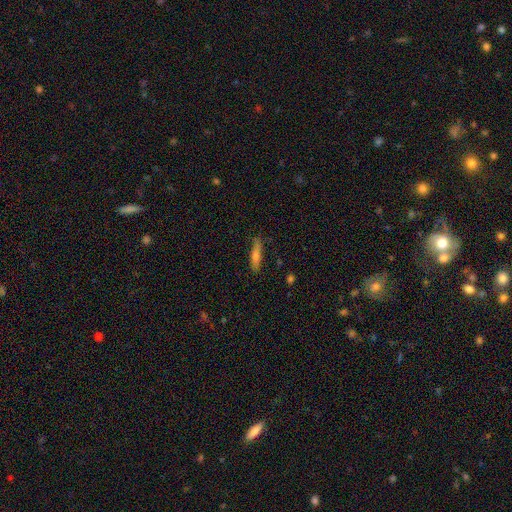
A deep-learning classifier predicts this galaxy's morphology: A smooth galaxy with no disk features (57%) that is cigar-shaped (86%).

Vote fractions:
- Smooth or featured? smooth: 57% / featured or disk: 36% / star or artifact: 8%
- How rounded? cigar-shaped: 86% / in between: 12% / round: 2%
- Merging? none: 84% / minor disturbance: 12% / major disturbance: 2% / merger: 1%